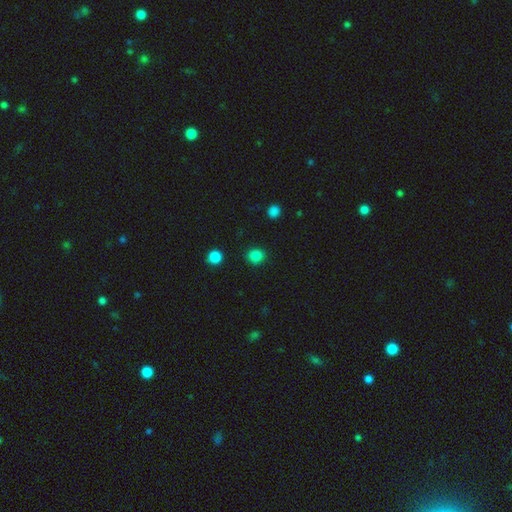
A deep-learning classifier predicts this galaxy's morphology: smooth_or_featured: smooth (p=0.85) [alt: star or artifact p=0.12]
how_rounded: round (p=0.81) [alt: in between p=0.19]
merging: none (p=0.89) [alt: minor disturbance p=0.07]